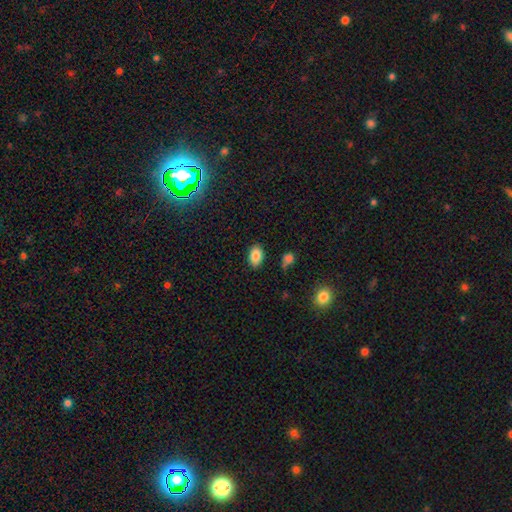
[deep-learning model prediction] This appears to be a smooth galaxy with no disk features (85%) that is in between round and cigar-shaped (87%). Merging: none (85%).